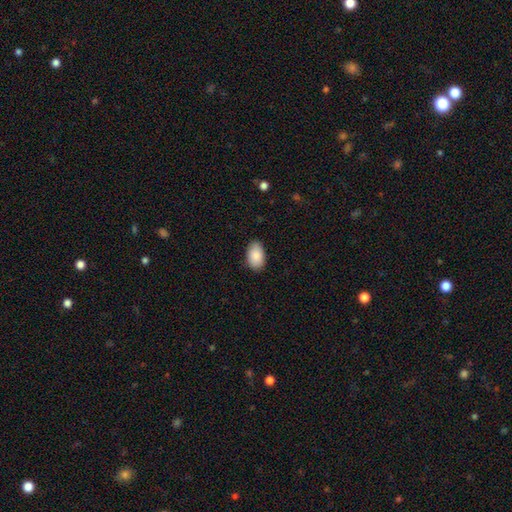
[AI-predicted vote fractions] The model was most divided on "merging": none: 86%, minor disturbance: 11%, major disturbance: 2%, merger: 1%. More confident: how rounded — in between (93%); smooth or featured — smooth (89%).